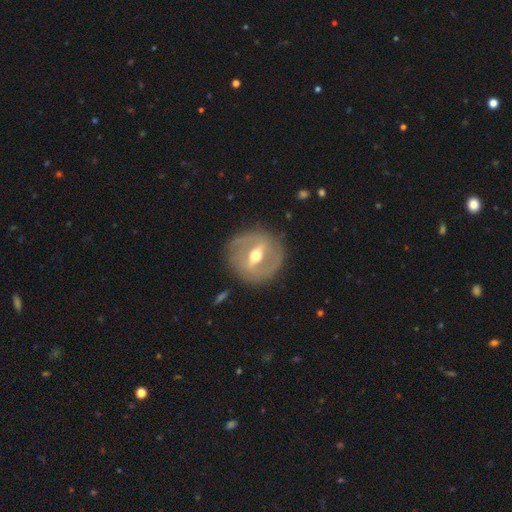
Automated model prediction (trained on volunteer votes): Overall: featured or disk (76%). Edge-on disk: no (84%). Bar: strong (62%; weak 28%). Spiral arms: no (57%; yes 43%). Bulge size: moderate (74%). Merging: none (84%).